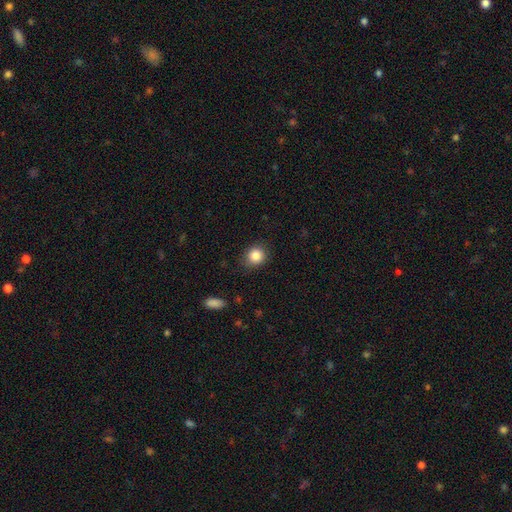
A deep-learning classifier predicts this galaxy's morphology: This is clearly a smooth galaxy (85%). How rounded: likely round (79%). Merging: clearly none (82%).